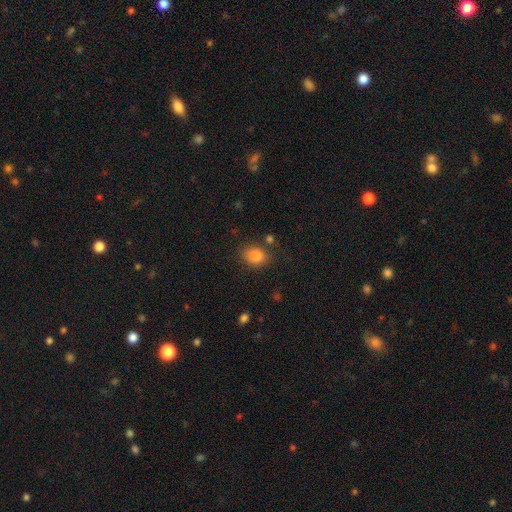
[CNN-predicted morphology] Overall: smooth (85%). How rounded: round (50%; in between 49%). Merging: none (76%).